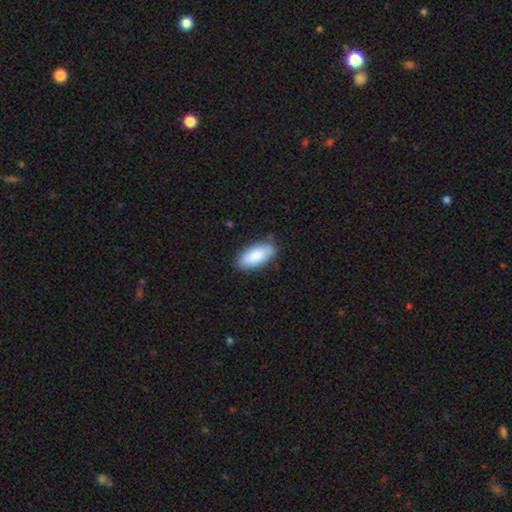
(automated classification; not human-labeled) Smooth or featured? smooth (87%)
How rounded? in between (89%)
Merging? none (83%)